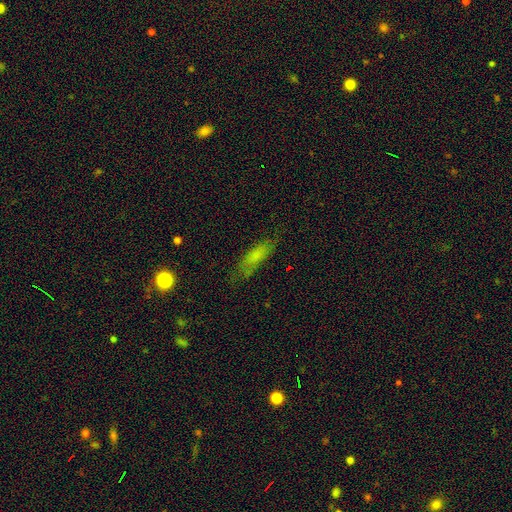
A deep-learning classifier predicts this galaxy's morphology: smooth-or-featured: smooth: 69% | featured or disk: 20% | star or artifact: 11%
  how-rounded: cigar-shaped: 54% | in between: 43% | round: 3%
  merging: none: 69% | minor disturbance: 22% | major disturbance: 8% | merger: 2%